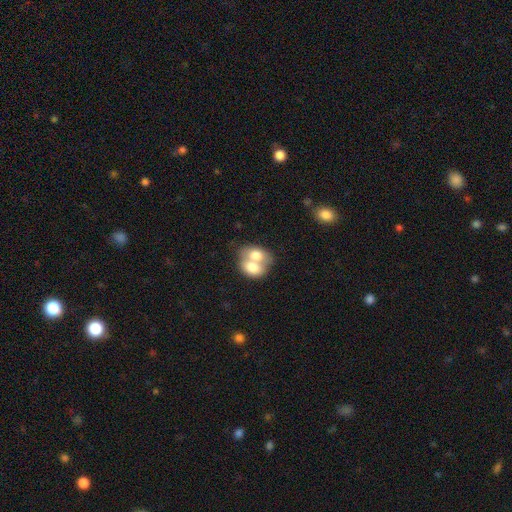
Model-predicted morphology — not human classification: Q: Smooth or featured?
A: smooth (70%); runner-up: featured or disk (23%)
Q: How rounded?
A: in between (66%); runner-up: round (33%)
Q: Merging?
A: merger (77%); runner-up: none (15%)